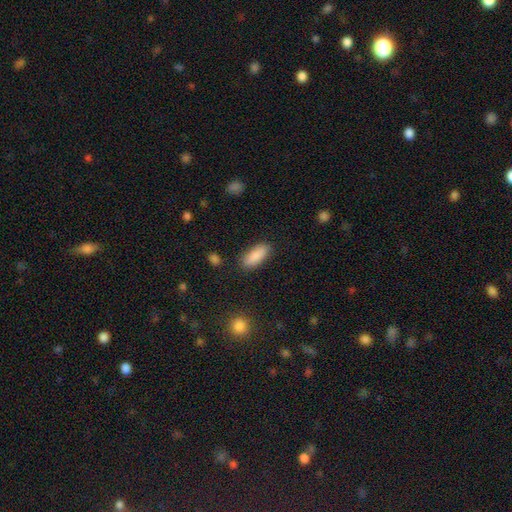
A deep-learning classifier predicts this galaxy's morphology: Q: Smooth or featured?
A: smooth (89%); runner-up: star or artifact (7%)
Q: How rounded?
A: in between (80%); runner-up: cigar-shaped (18%)
Q: Merging?
A: none (87%); runner-up: minor disturbance (9%)